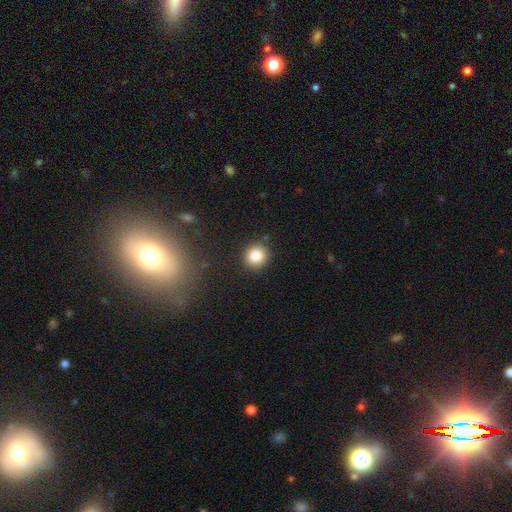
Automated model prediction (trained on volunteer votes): Smooth or featured? smooth (83%)
How rounded? round (87%)
Merging? none (87%)